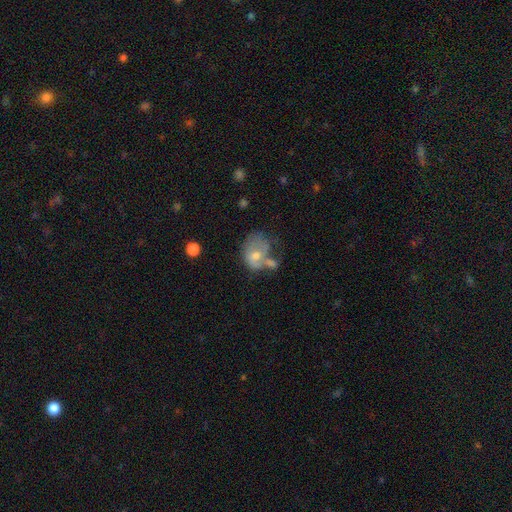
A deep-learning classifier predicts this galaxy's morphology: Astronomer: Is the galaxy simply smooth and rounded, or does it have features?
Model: smooth — 53% (runner-up: featured or disk, 39%).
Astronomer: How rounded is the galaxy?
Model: in between — 60% (runner-up: round, 39%).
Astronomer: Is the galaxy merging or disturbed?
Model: merger — 32% (runner-up: major disturbance, 26%).